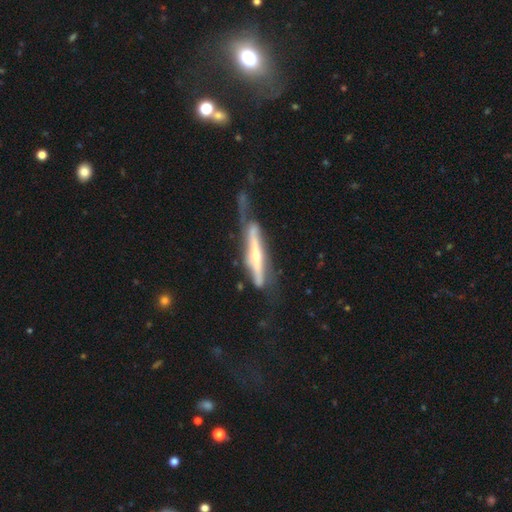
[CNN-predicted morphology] Smooth or featured? featured or disk (73%)
Edge-on disk? yes (82%)
Edge-on bulge? rounded (64%)
Merging? none (37%)